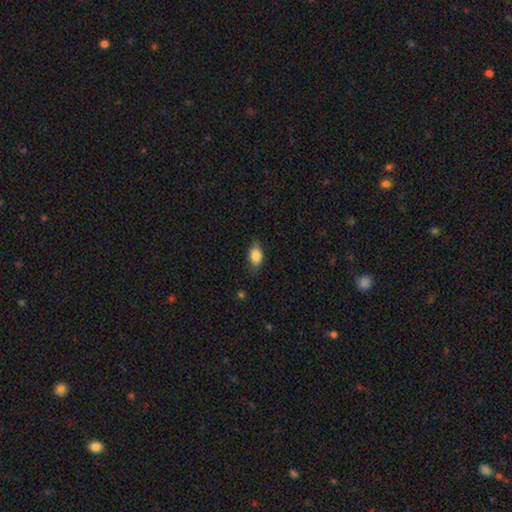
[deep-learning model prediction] smooth 85%, star or artifact 8%, featured or disk 7%. Down the decision tree: how rounded — in between (86%); merging — none (75%).